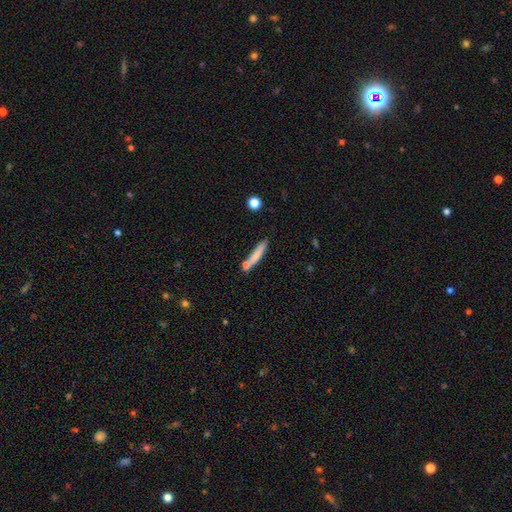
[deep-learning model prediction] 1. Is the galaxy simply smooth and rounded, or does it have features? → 73% smooth, 20% featured or disk, 7% star or artifact.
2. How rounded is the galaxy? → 90% cigar-shaped, 8% in between, 2% round.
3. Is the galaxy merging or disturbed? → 64% none, 16% merger, 15% minor disturbance, 4% major disturbance.